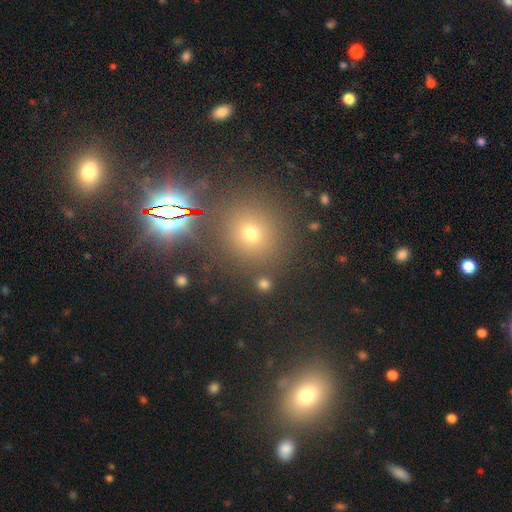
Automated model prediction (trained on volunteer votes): A star or artifact, not a galaxy (53%).

Vote fractions:
- Smooth or featured? star or artifact: 53% / smooth: 38% / featured or disk: 9%